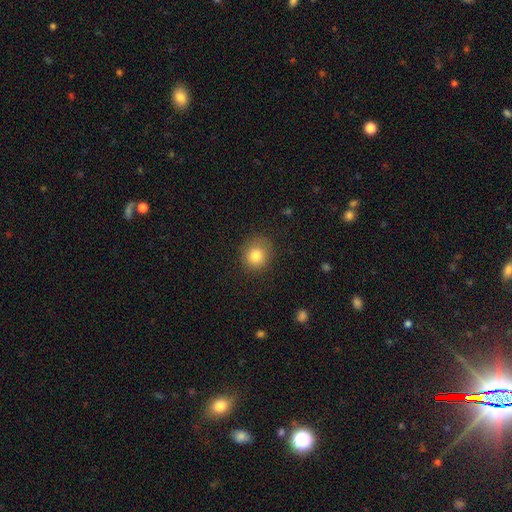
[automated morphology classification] type=smooth (81%); roundness=round (81%); merging=none (81%).